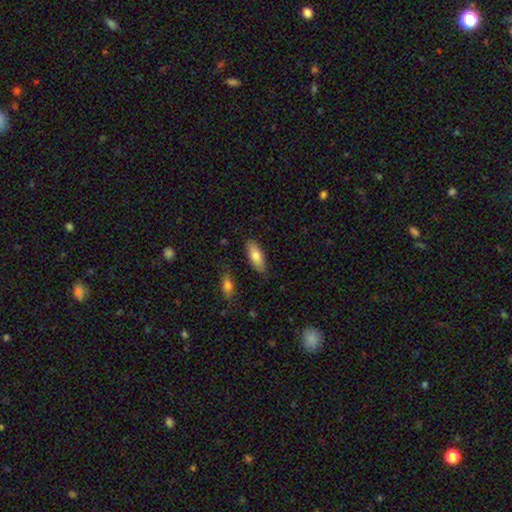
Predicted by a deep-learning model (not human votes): The model was most divided on "how rounded": in between: 80%, cigar-shaped: 18%, round: 2%. More confident: merging — none (84%); smooth or featured — smooth (79%).